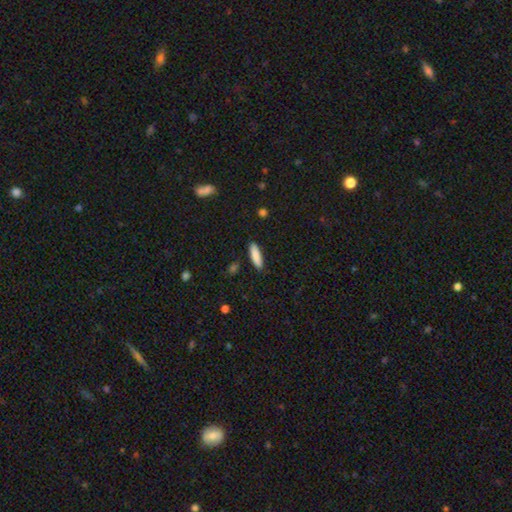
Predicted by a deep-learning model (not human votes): smooth 87%, featured or disk 7%, star or artifact 6%. Down the decision tree: how rounded — cigar-shaped (62%); merging — none (88%).